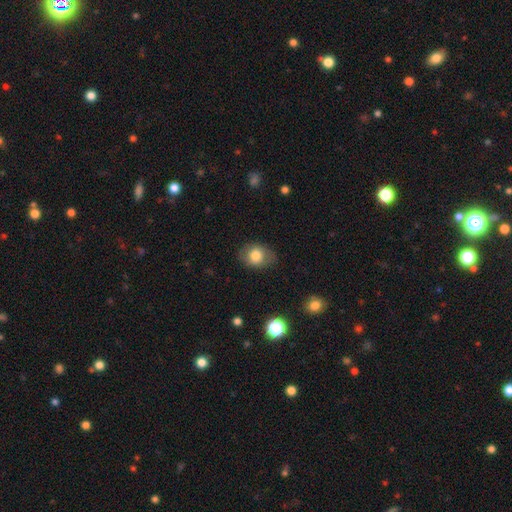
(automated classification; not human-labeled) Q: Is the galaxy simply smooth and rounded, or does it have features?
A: smooth — 77%.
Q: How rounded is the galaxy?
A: in between — 57%.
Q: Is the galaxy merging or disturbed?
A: none — 76%.